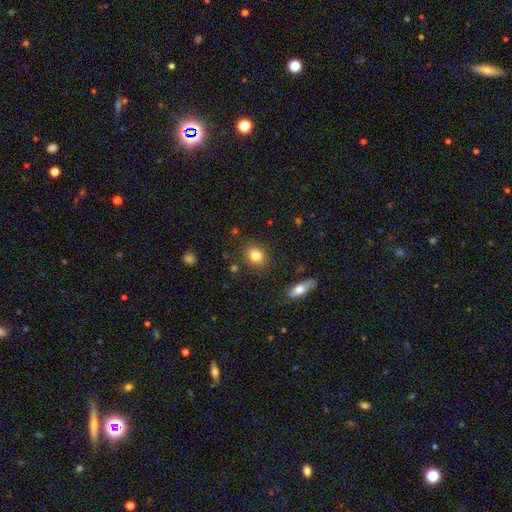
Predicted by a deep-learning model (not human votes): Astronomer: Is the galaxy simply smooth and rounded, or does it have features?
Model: smooth — 83%.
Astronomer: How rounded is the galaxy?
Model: round — 55% (runner-up: in between, 43%).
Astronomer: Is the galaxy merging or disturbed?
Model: none — 85%.